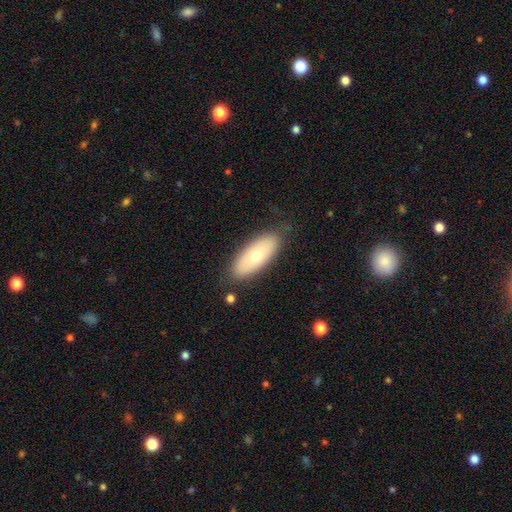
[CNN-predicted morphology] Overall: smooth (66%; featured or disk 27%). How rounded: in between (81%). Merging: none (82%).